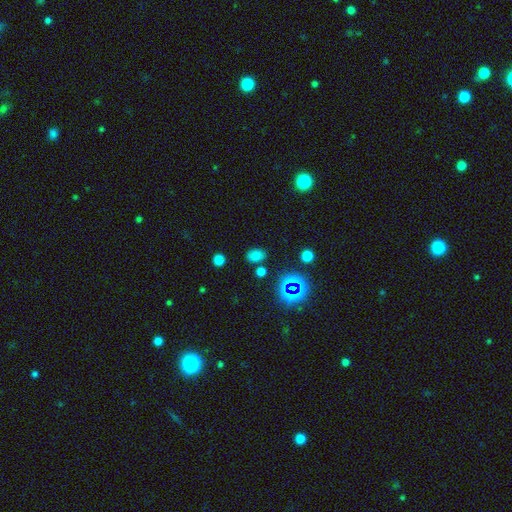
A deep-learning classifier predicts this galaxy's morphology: Overall: smooth (69%). How rounded: in between (76%). Merging: none (79%).